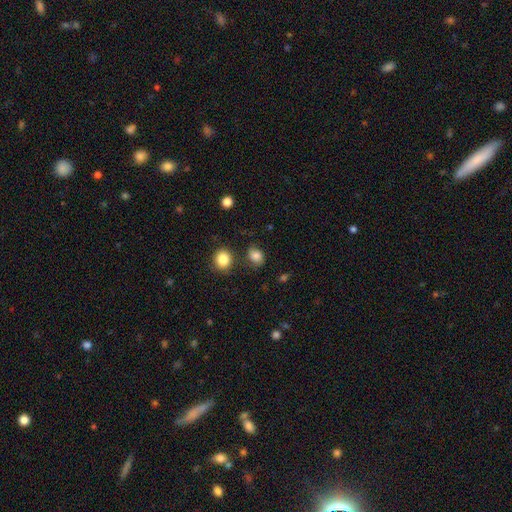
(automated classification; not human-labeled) The model was most divided on "how rounded": round: 53%, in between: 46%, cigar-shaped: 1%. More confident: smooth or featured — smooth (82%); merging — none (72%).